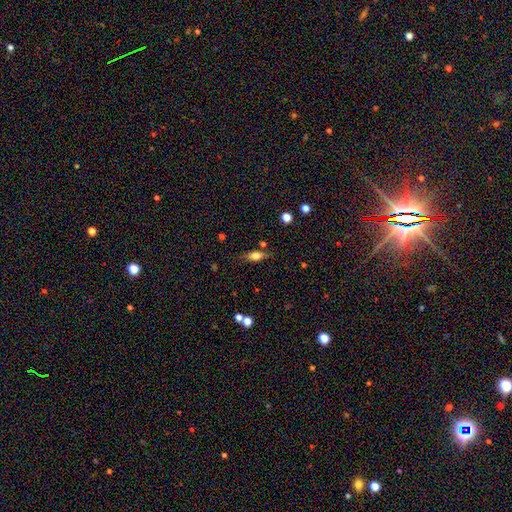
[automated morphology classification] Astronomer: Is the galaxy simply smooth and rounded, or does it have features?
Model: smooth — 65%.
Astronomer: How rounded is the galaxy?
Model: in between — 71%.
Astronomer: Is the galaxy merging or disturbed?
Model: none — 74%.